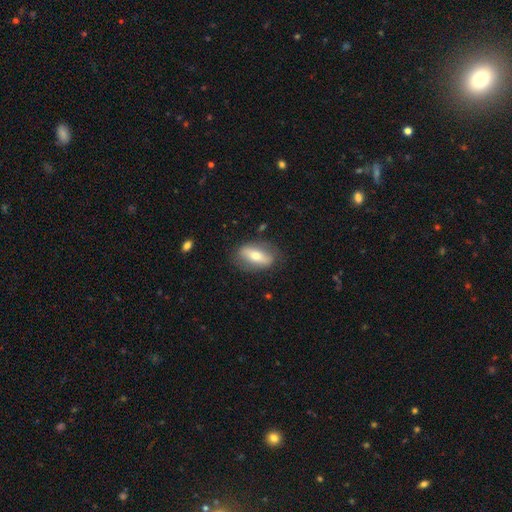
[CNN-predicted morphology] type=smooth (52%); roundness=in between (79%); merging=none (78%).